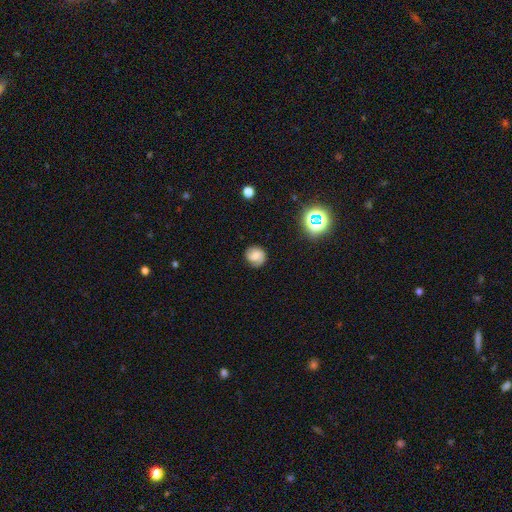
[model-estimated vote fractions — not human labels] Smooth or featured?
  - smooth: 51% *
  - featured or disk: 36%
  - star or artifact: 13%
How rounded?
  - round: 79% *
  - in between: 20%
  - cigar-shaped: 1%
Merging?
  - none: 76% *
  - minor disturbance: 17%
  - major disturbance: 5%
  - merger: 2%